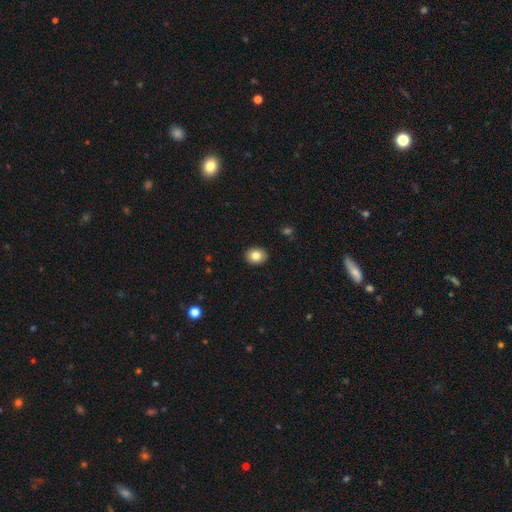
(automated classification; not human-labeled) The model was most divided on "how rounded": round: 63%, in between: 36%, cigar-shaped: 1%. More confident: merging — none (92%); smooth or featured — smooth (82%).